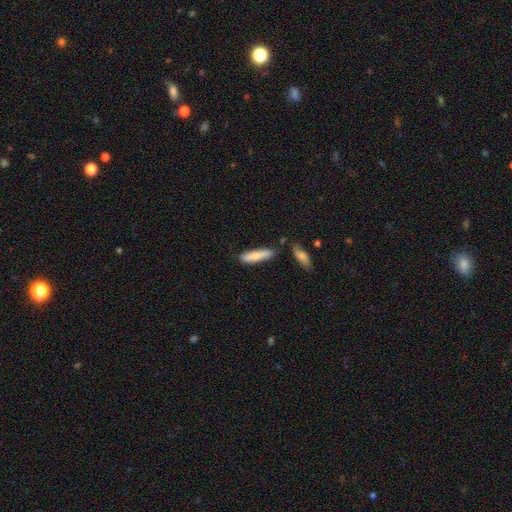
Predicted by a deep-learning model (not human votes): This is likely a smooth galaxy (75%). How rounded: likely cigar-shaped (74%). Merging: likely none (72%).